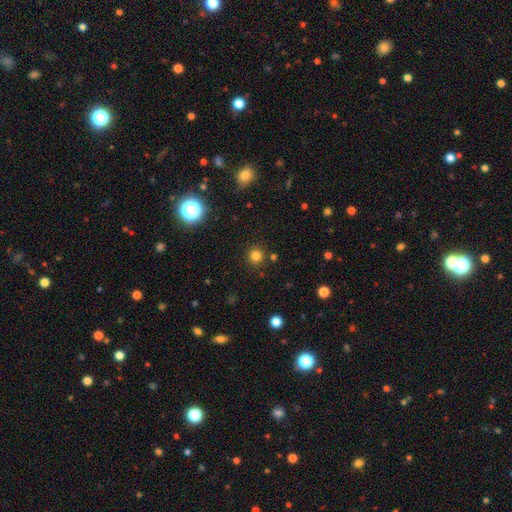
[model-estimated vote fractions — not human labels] Smooth or featured? smooth (79%)
How rounded? round (94%)
Merging? none (88%)